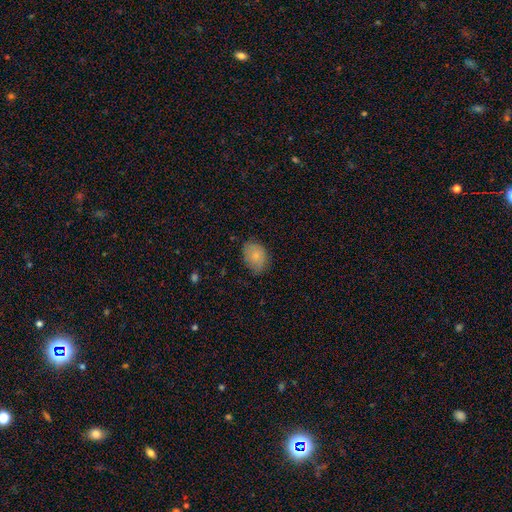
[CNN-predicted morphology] Smooth or featured: smooth — 81% (featured or disk — 12%)
How rounded: in between — 74% (round — 25%)
Merging: none — 69% (minor disturbance — 25%)